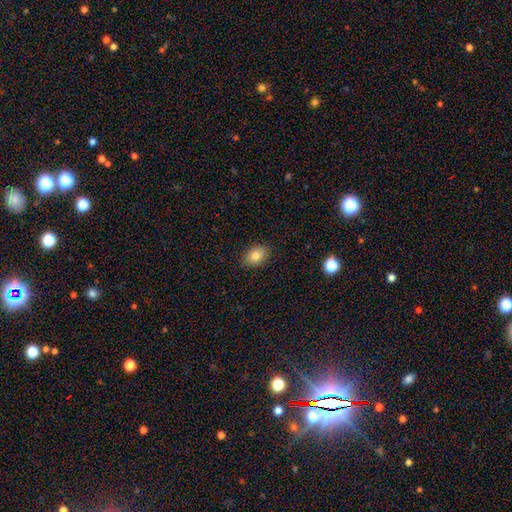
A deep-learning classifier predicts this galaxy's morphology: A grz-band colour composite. It shows a smooth galaxy with no disk features (83%) that is in between round and cigar-shaped (75%). Merging: none (88%).